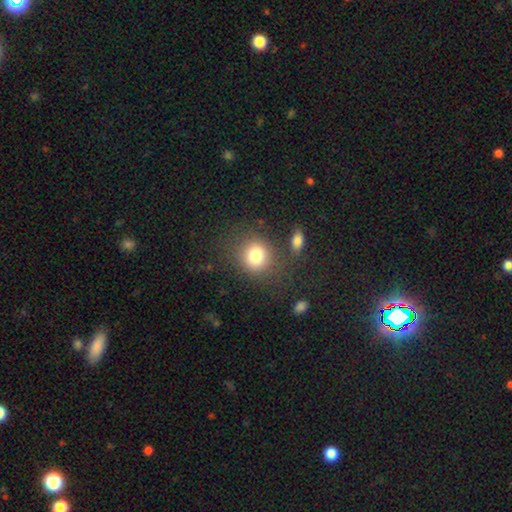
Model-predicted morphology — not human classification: smooth-or-featured: smooth: 81% | star or artifact: 10% | featured or disk: 9%
  how-rounded: round: 76% | in between: 23% | cigar-shaped: 1%
  merging: none: 75% | minor disturbance: 12% | major disturbance: 6% | merger: 6%